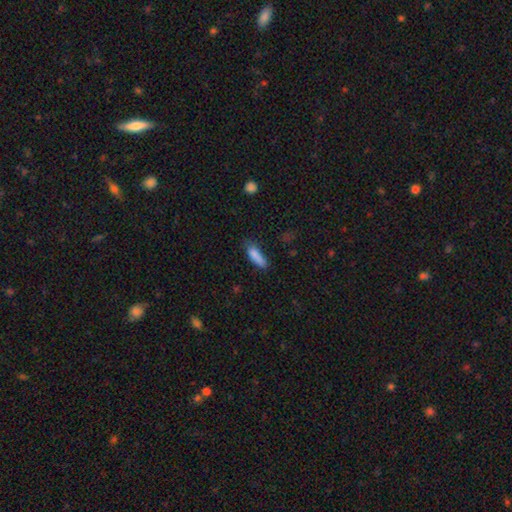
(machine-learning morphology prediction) A smooth galaxy with no disk features (84%) that is cigar-shaped (51%).

Vote fractions:
- Smooth or featured? smooth: 84% / star or artifact: 8% / featured or disk: 8%
- How rounded? cigar-shaped: 51% / in between: 47% / round: 2%
- Merging? none: 57% / minor disturbance: 30% / major disturbance: 9% / merger: 4%